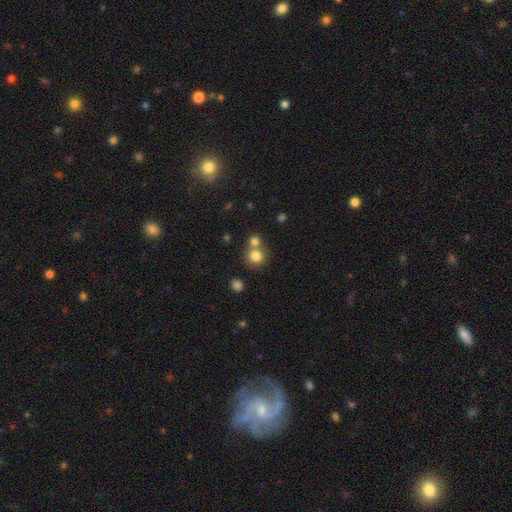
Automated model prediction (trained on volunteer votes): This is likely a smooth galaxy (80%). How rounded: clearly round (89%). Merging: possibly none (53%).